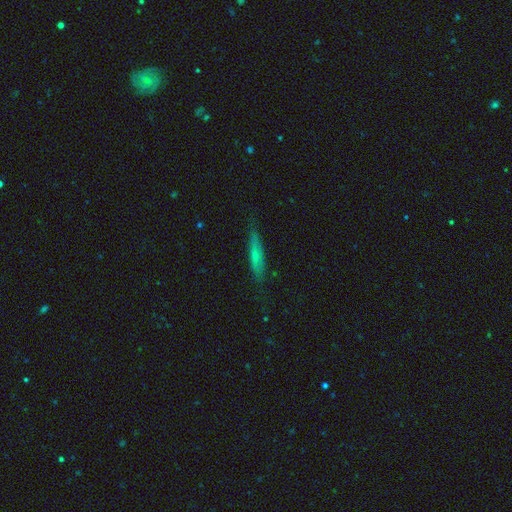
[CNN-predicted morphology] Smooth or featured: smooth — 59% (featured or disk — 33%)
How rounded: cigar-shaped — 87% (in between — 11%)
Merging: none — 77% (minor disturbance — 18%)